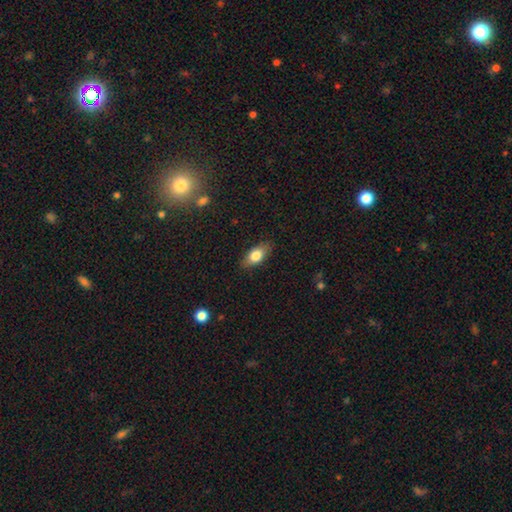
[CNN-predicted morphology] smooth-or-featured: smooth: 77% | featured or disk: 16% | star or artifact: 7%
  how-rounded: in between: 85% | cigar-shaped: 9% | round: 6%
  merging: none: 85% | minor disturbance: 11% | major disturbance: 2% | merger: 1%